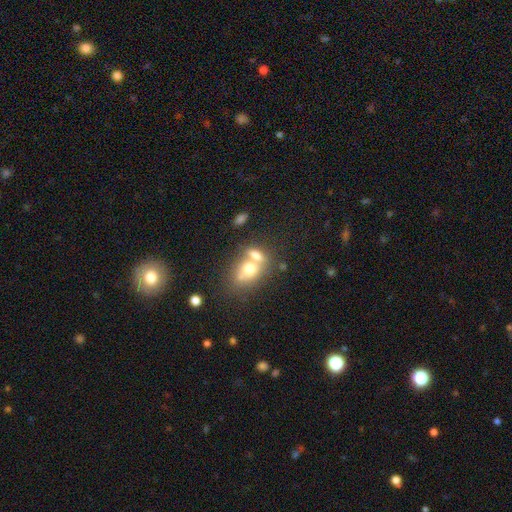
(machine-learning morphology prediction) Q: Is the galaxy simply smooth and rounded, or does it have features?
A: smooth — 67%.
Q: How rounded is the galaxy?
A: in between — 64%.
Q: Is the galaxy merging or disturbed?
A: merger — 61%.